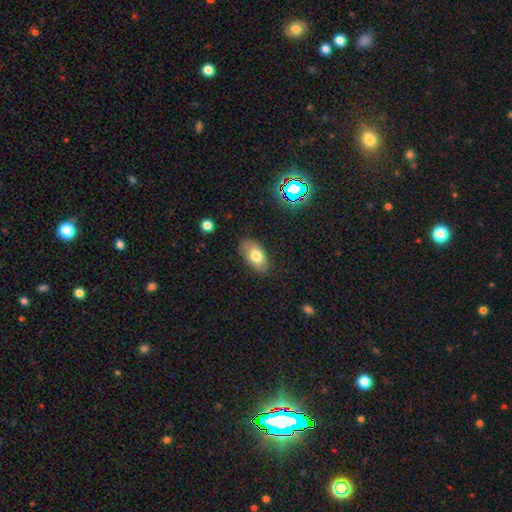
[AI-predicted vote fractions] Overall: smooth (76%). How rounded: in between (92%). Merging: none (78%).